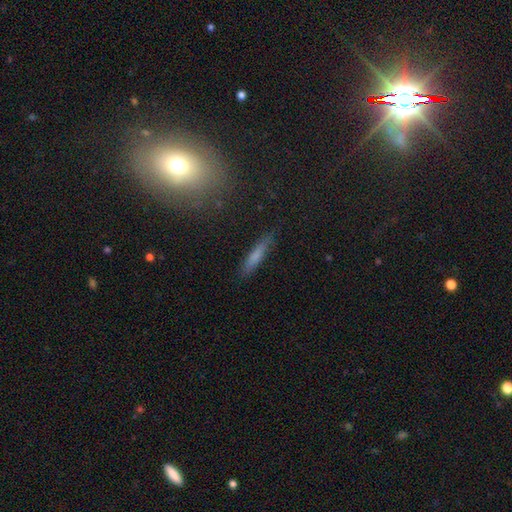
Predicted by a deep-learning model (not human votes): Morphology: type=smooth (69%); roundness=cigar-shaped (87%); merging=none (84%).